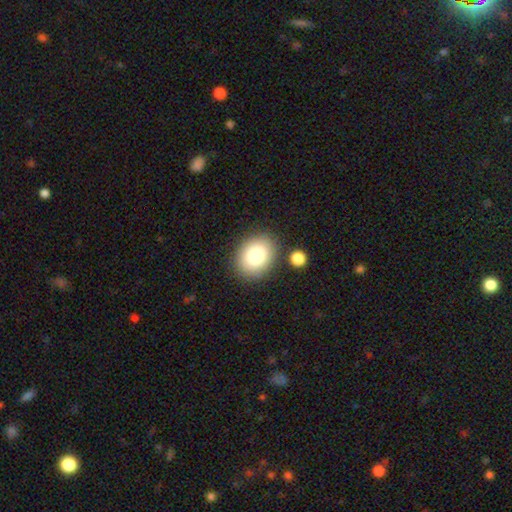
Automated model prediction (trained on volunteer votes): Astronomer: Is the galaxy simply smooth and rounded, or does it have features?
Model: smooth — 83%.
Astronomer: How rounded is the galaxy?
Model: in between — 56% (runner-up: round, 43%).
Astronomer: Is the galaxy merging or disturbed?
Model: none — 83%.